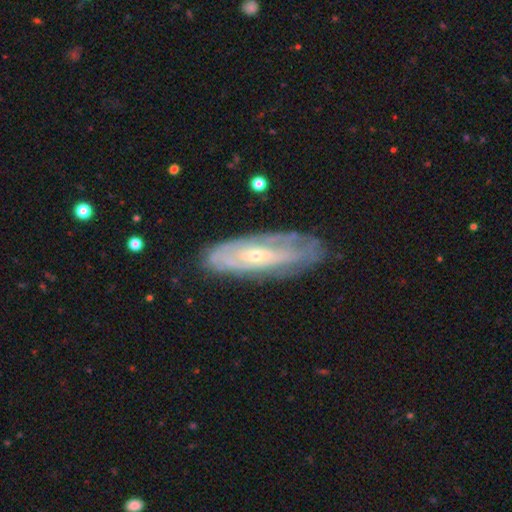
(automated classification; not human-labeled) Smooth or featured?
  - featured or disk: 72% *
  - smooth: 21%
  - star or artifact: 7%
Edge-on disk?
  - no: 76% *
  - yes: 24%
Bar?
  - no: 60% *
  - weak: 29%
  - strong: 11%
Spiral arms?
  - yes: 69% *
  - no: 31%
Bulge size?
  - small: 69% *
  - moderate: 27%
  - none: 2%
  - large: 1%
  - dominant: 1%
Merging?
  - none: 73% *
  - minor disturbance: 19%
  - major disturbance: 6%
  - merger: 2%